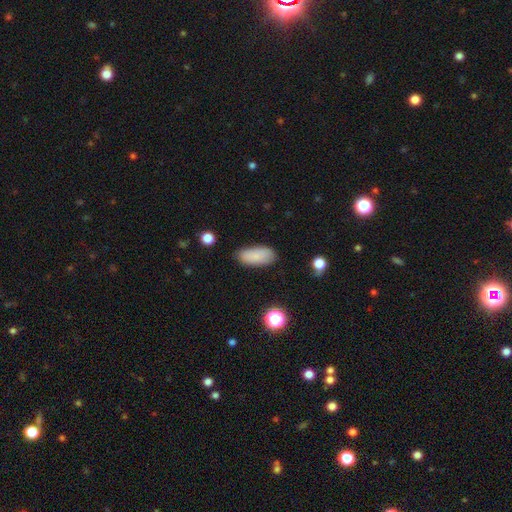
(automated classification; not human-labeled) Smooth or featured?
  - smooth: 85% *
  - star or artifact: 8%
  - featured or disk: 7%
How rounded?
  - in between: 87% *
  - cigar-shaped: 11%
  - round: 2%
Merging?
  - none: 81% *
  - minor disturbance: 14%
  - major disturbance: 3%
  - merger: 2%